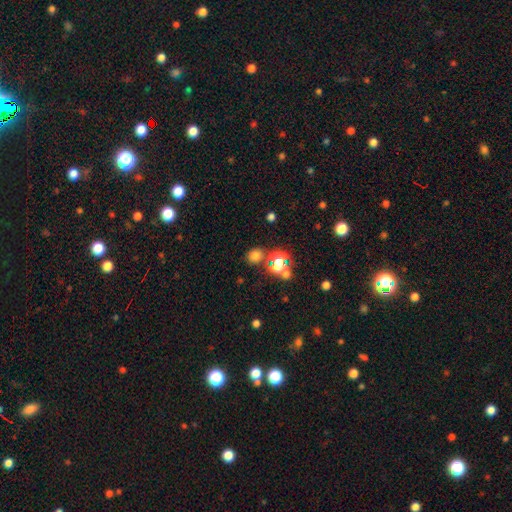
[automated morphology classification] smooth_or_featured: smooth (p=0.72) [alt: star or artifact p=0.22]
how_rounded: round (p=0.79) [alt: in between p=0.20]
merging: none (p=0.77) [alt: merger p=0.10]